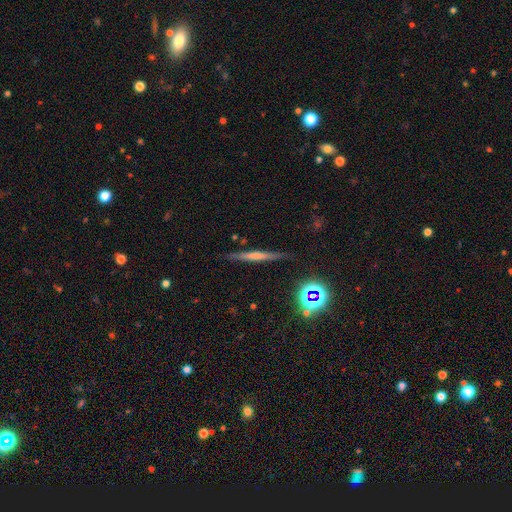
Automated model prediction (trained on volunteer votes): smooth-or-featured: featured or disk: 48% | smooth: 37% | star or artifact: 15%
  merging: none: 86% | minor disturbance: 10% | major disturbance: 2% | merger: 2%